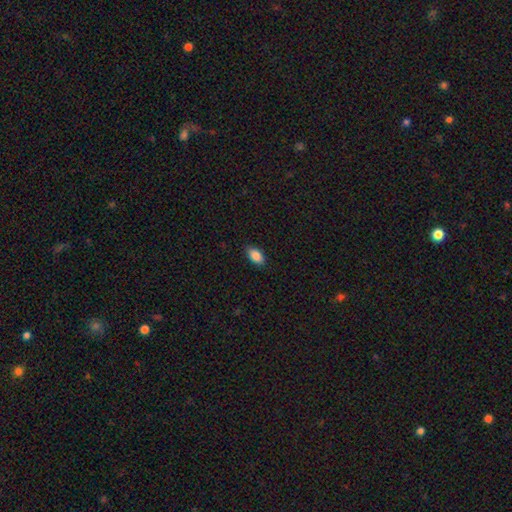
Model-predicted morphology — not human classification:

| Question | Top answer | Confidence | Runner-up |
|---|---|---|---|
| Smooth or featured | smooth | 88% | star or artifact (7%) |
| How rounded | in between | 92% | round (4%) |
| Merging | none | 88% | minor disturbance (9%) |